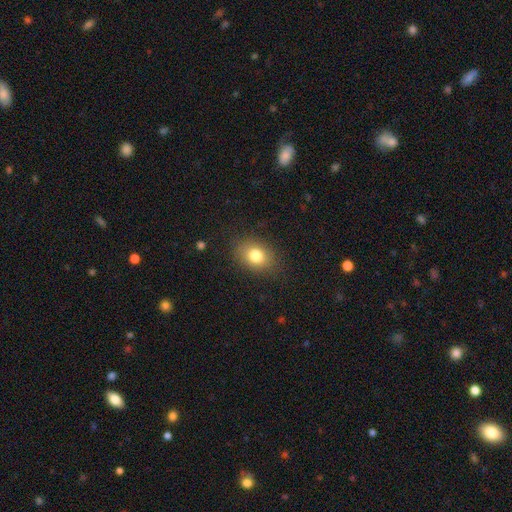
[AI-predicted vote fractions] Morphology: type=smooth (79%); roundness=in between (65%); merging=none (84%).